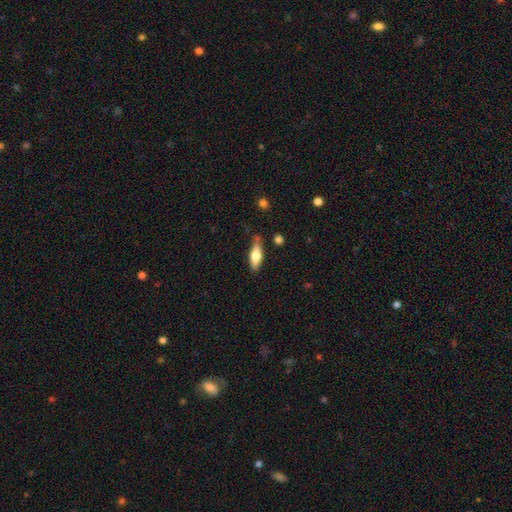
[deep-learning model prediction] smooth 62%, featured or disk 31%, star or artifact 6%. Down the decision tree: how rounded — in between (57%); merging — none (73%).